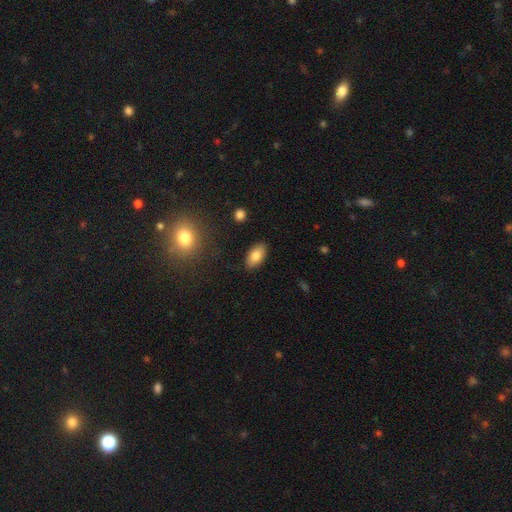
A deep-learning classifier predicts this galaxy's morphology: Smooth or featured: smooth — 82% (featured or disk — 11%)
How rounded: in between — 93% (round — 4%)
Merging: none — 87% (minor disturbance — 9%)